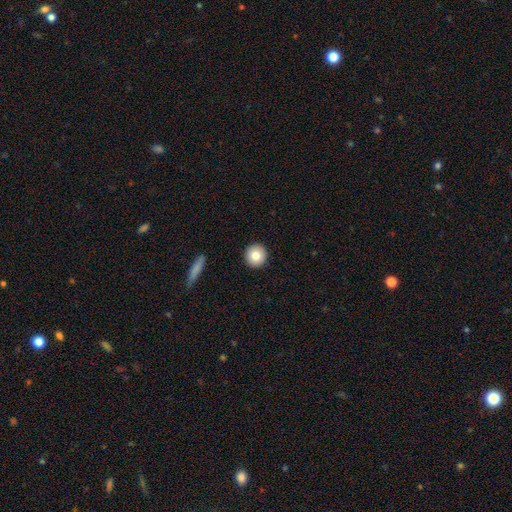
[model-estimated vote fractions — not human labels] Smooth or featured? smooth (81%)
How rounded? round (95%)
Merging? none (93%)